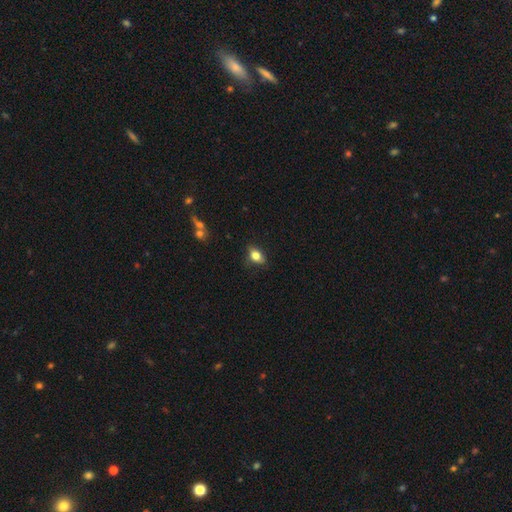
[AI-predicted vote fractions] Smooth or featured? Predicted: smooth (p=0.75). How rounded? Predicted: in between (p=0.79). Merging? Predicted: none (p=0.78).